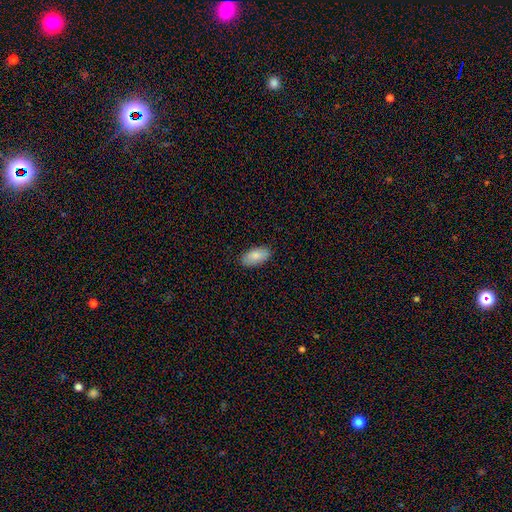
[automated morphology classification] smooth-or-featured: smooth: 86% | featured or disk: 8% | star or artifact: 6%
  how-rounded: in between: 93% | cigar-shaped: 4% | round: 3%
  merging: none: 88% | minor disturbance: 9% | major disturbance: 2% | merger: 1%